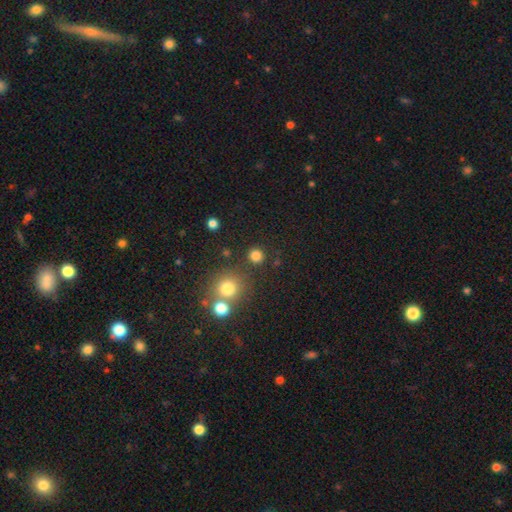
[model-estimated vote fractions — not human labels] smooth 80%, star or artifact 16%, featured or disk 4%. Down the decision tree: how rounded — round (92%); merging — none (84%).